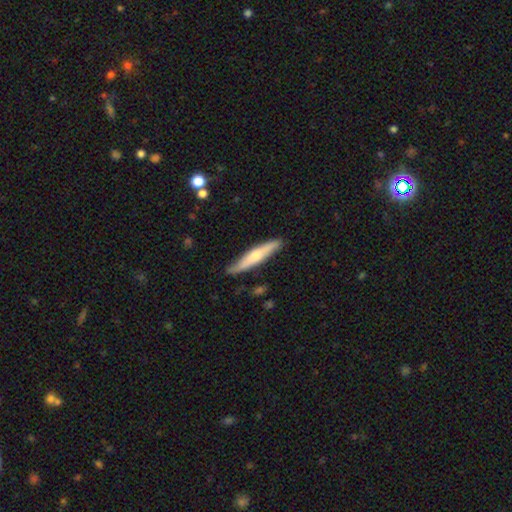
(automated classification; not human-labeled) Overall: smooth (53%; featured or disk 42%). How rounded: cigar-shaped (90%). Merging: none (82%).